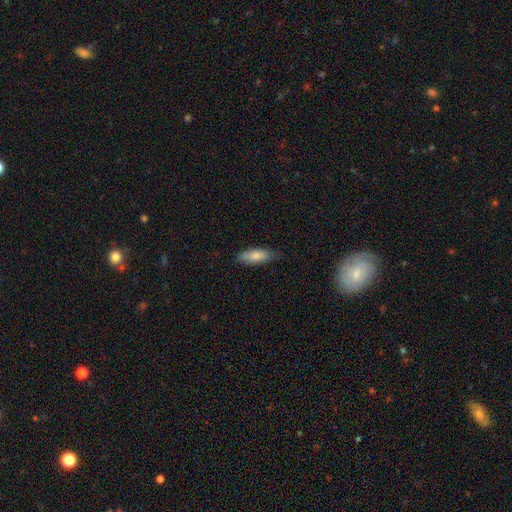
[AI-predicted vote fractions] A smooth galaxy with no disk features (80%) that is in between round and cigar-shaped (62%). Merging: none (77%).